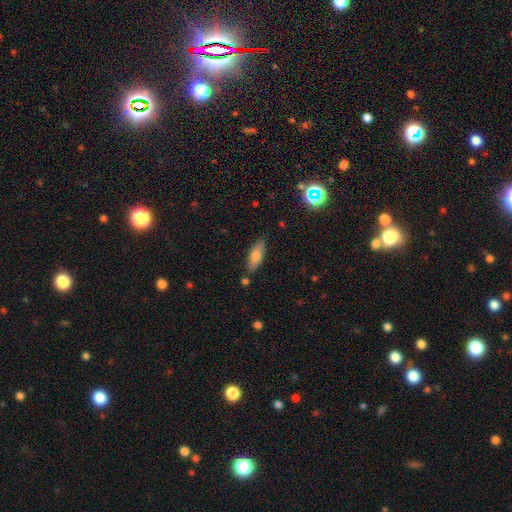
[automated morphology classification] smooth_or_featured: smooth (p=0.74) [alt: featured or disk p=0.18]
how_rounded: in between (p=0.59) [alt: cigar-shaped p=0.39]
merging: none (p=0.80) [alt: minor disturbance p=0.13]